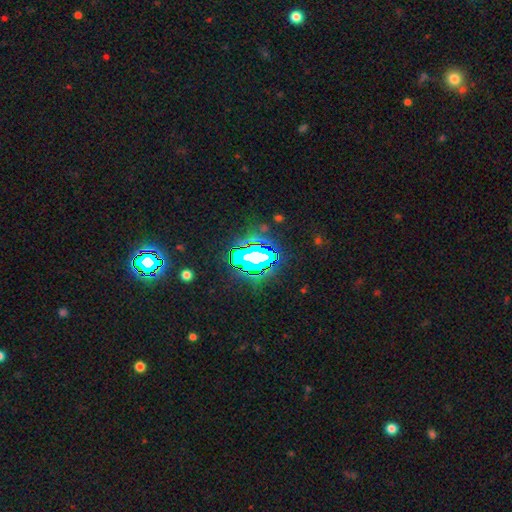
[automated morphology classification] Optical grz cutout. It shows a star or artifact, not a galaxy (76%).